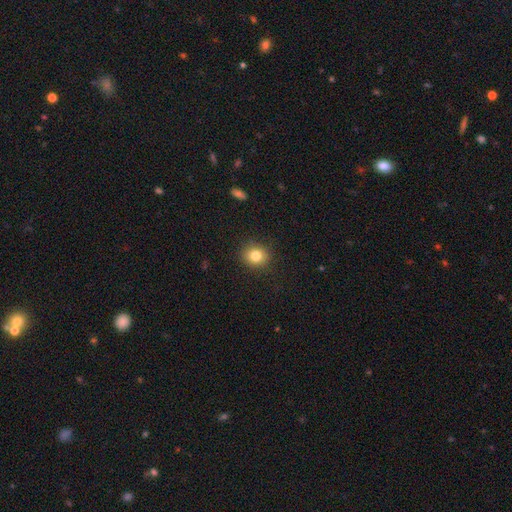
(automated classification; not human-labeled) Smooth or featured?
  - smooth: 81% *
  - star or artifact: 11%
  - featured or disk: 7%
How rounded?
  - round: 78% *
  - in between: 21%
  - cigar-shaped: 1%
Merging?
  - none: 89% *
  - minor disturbance: 7%
  - major disturbance: 2%
  - merger: 1%